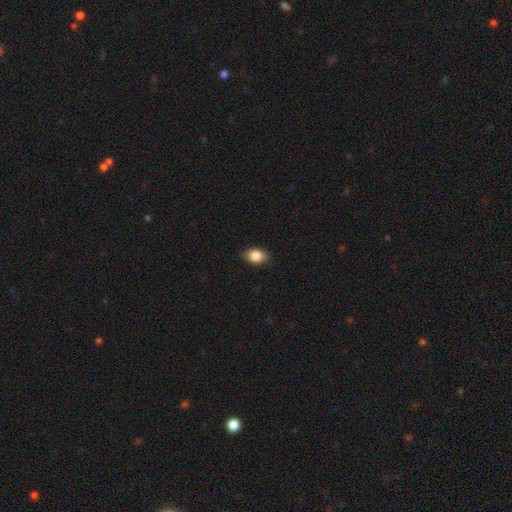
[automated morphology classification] This appears to be a smooth galaxy with no disk features (83%) that is in between round and cigar-shaped (81%). Merging: none (83%).